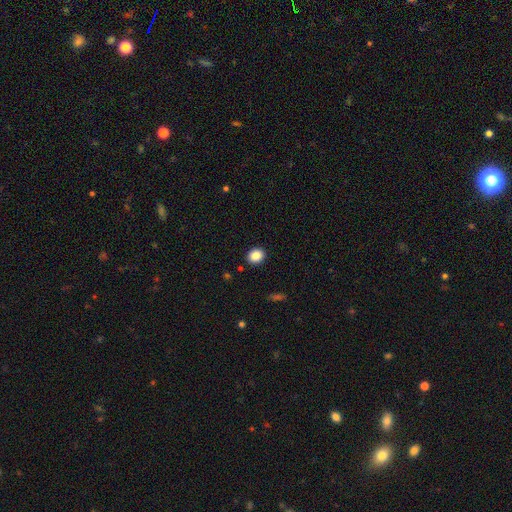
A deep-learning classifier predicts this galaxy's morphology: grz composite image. It shows a smooth galaxy with no disk features (87%) that is round (67%). Merging: none (90%).